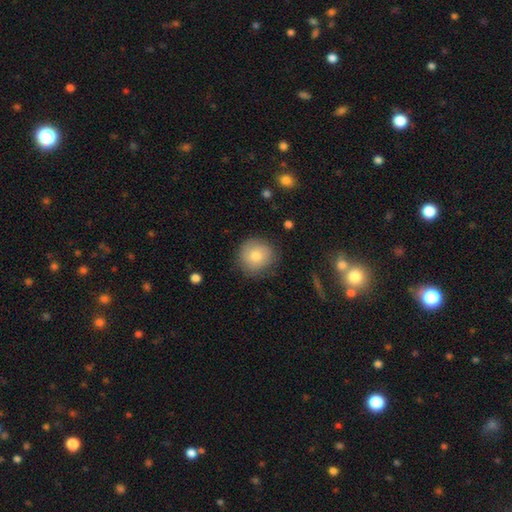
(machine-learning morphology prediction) smooth-or-featured: smooth: 76% | featured or disk: 15% | star or artifact: 10%
  how-rounded: round: 92% | in between: 7% | cigar-shaped: 1%
  merging: none: 83% | minor disturbance: 12% | major disturbance: 3% | merger: 1%